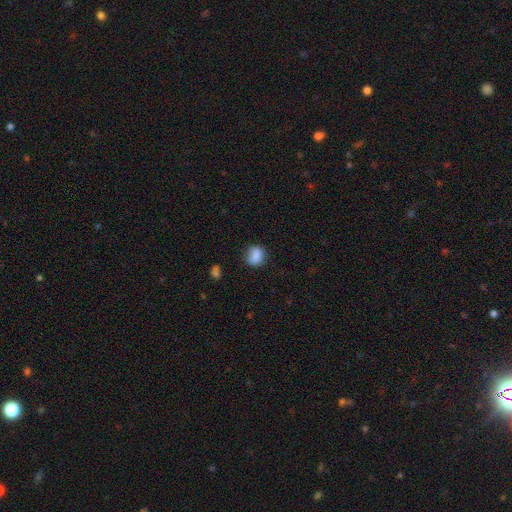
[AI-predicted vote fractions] Smooth or featured? smooth (85%)
How rounded? round (65%)
Merging? none (72%)